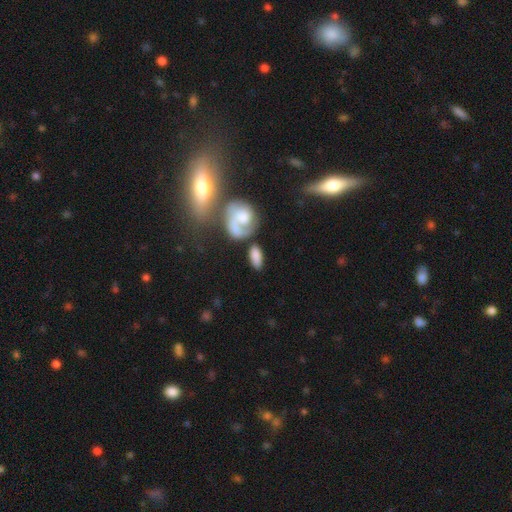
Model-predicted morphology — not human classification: smooth-or-featured: smooth: 76% | featured or disk: 17% | star or artifact: 8%
  how-rounded: in between: 85% | round: 8% | cigar-shaped: 7%
  merging: none: 61% | minor disturbance: 15% | merger: 14% | major disturbance: 9%